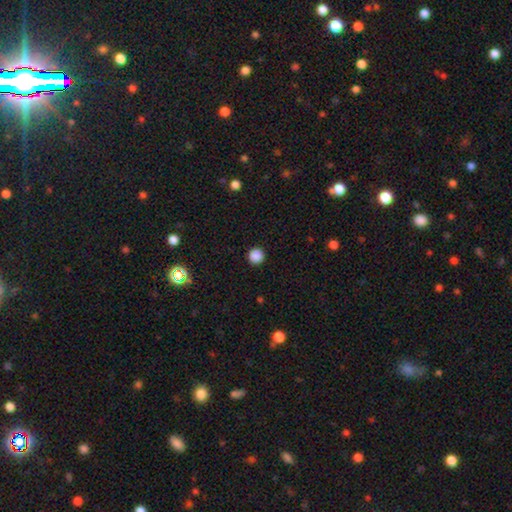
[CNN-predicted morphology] smooth-or-featured: smooth: 87% | star or artifact: 11% | featured or disk: 2%
  how-rounded: round: 96% | in between: 3% | cigar-shaped: 1%
  merging: none: 93% | minor disturbance: 4% | major disturbance: 2% | merger: 1%